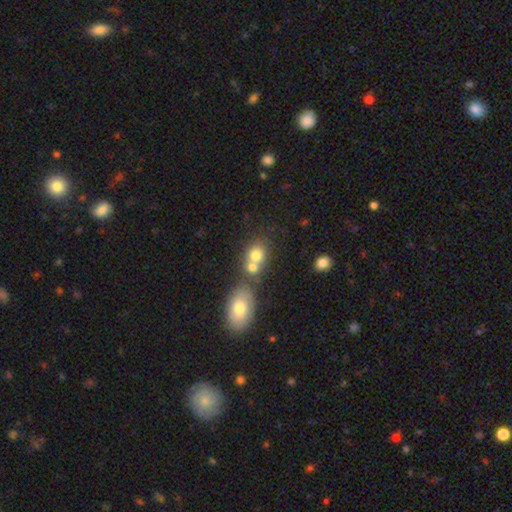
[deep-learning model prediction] Q: Smooth or featured?
A: smooth (75%); runner-up: featured or disk (14%)
Q: How rounded?
A: round (60%); runner-up: in between (38%)
Q: Merging?
A: merger (55%); runner-up: none (33%)